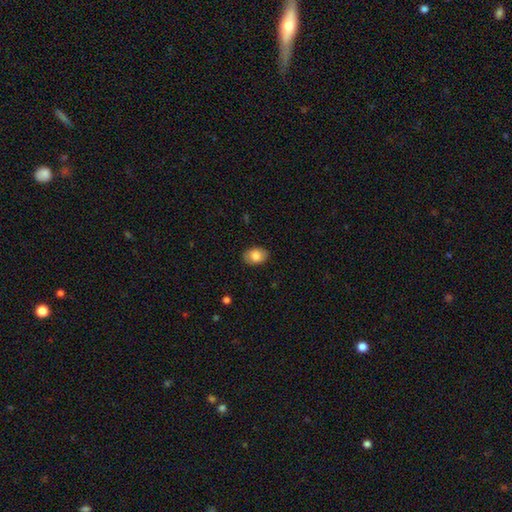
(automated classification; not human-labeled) Smooth or featured? Predicted: smooth (p=0.81). How rounded? Predicted: in between (p=0.79). Merging? Predicted: none (p=0.85).